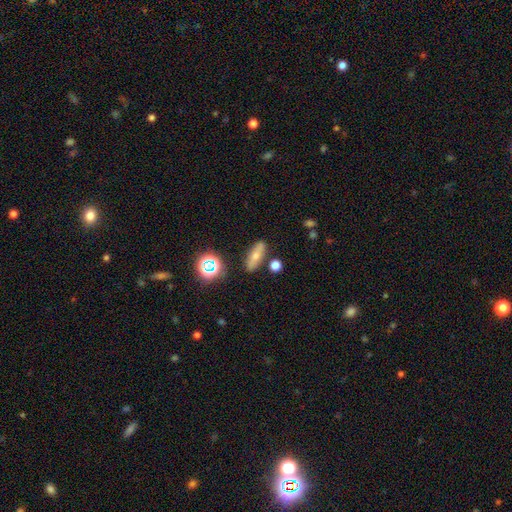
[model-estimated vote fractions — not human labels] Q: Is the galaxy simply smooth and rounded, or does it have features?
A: smooth — 58%.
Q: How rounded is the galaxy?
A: in between — 47%.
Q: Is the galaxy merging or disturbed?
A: none — 82%.